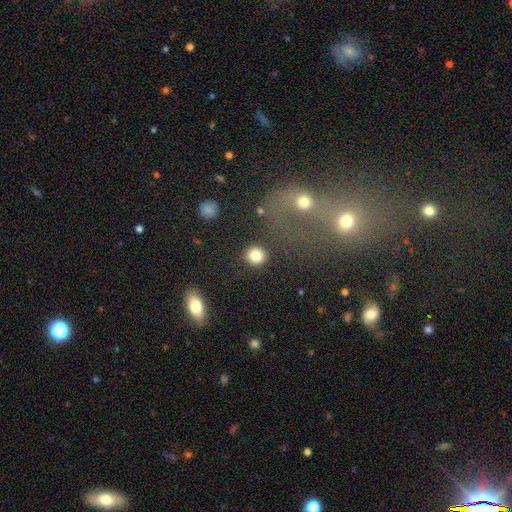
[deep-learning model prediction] Morphology: type=smooth (84%); roundness=round (87%); merging=none (89%).